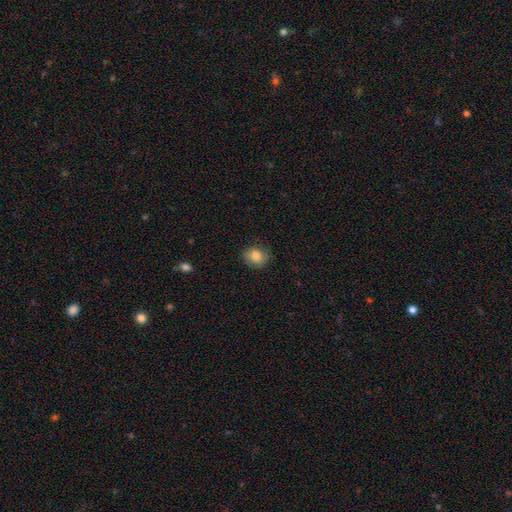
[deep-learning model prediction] Smooth or featured? Predicted: smooth (p=0.82). How rounded? Predicted: round (p=0.62). Merging? Predicted: none (p=0.80).